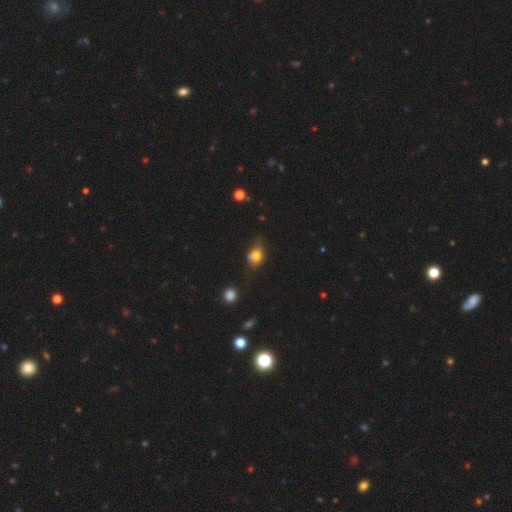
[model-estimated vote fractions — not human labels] This appears to be a smooth galaxy with no disk features (69%) that is round (52%). Merging: none (47%).